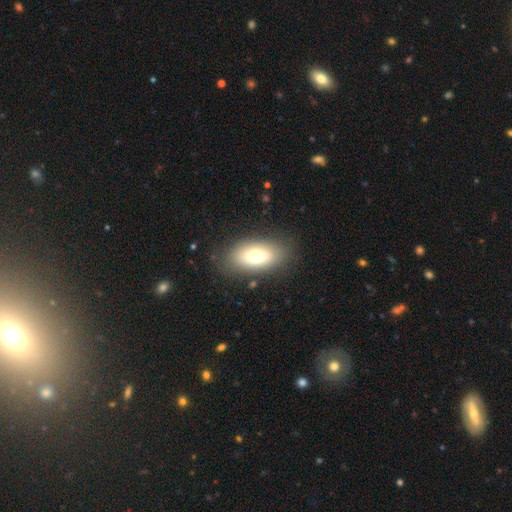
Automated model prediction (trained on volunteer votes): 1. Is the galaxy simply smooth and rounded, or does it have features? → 72% smooth, 19% featured or disk, 9% star or artifact.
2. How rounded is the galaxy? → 89% in between, 6% round, 5% cigar-shaped.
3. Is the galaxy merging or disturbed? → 83% none, 11% minor disturbance, 5% major disturbance, 1% merger.